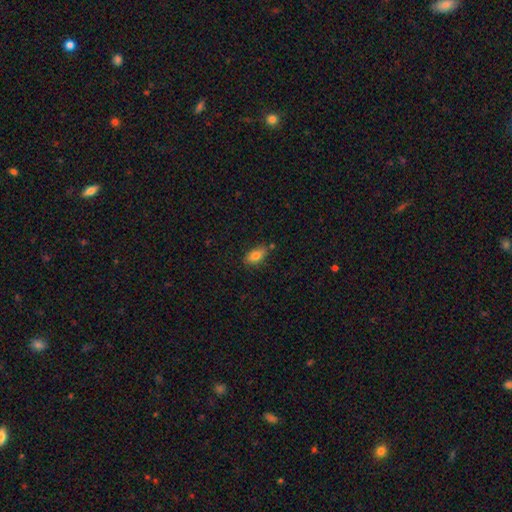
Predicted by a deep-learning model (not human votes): Smooth or featured?
  - smooth: 81% *
  - featured or disk: 11%
  - star or artifact: 8%
How rounded?
  - in between: 88% *
  - cigar-shaped: 7%
  - round: 5%
Merging?
  - none: 74% *
  - minor disturbance: 17%
  - merger: 6%
  - major disturbance: 3%